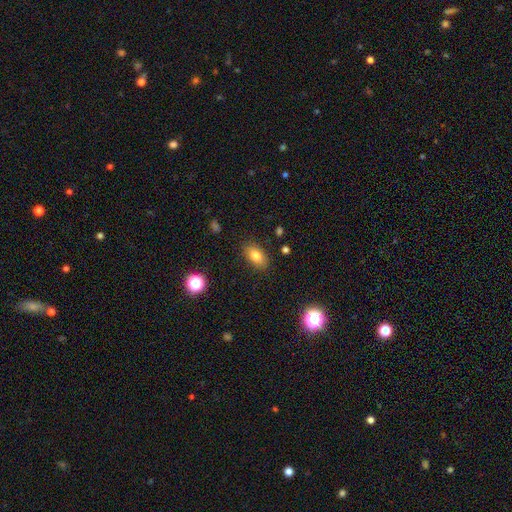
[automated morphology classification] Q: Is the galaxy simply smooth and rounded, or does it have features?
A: smooth — 80%.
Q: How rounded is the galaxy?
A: in between — 88%.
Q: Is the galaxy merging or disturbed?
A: none — 86%.